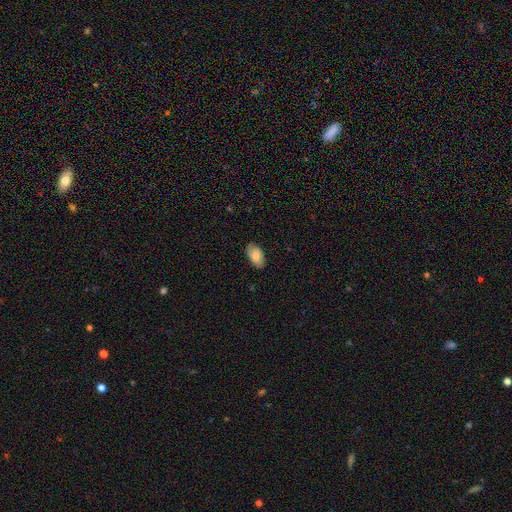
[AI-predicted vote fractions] smooth 81%, featured or disk 12%, star or artifact 7%. Down the decision tree: how rounded — in between (94%); merging — none (82%).